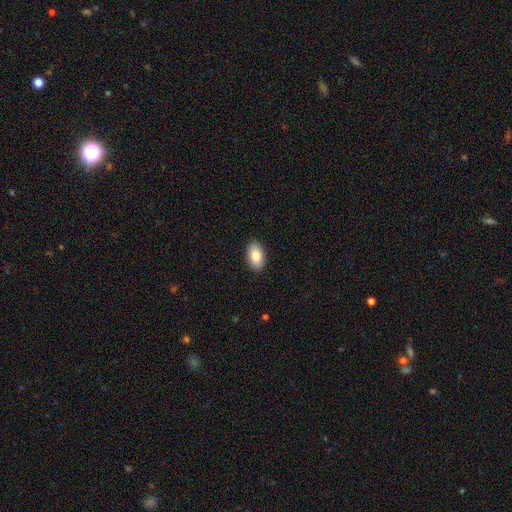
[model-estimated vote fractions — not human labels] A smooth galaxy with no disk features (84%) that is in between round and cigar-shaped (93%).

Vote fractions:
- Smooth or featured? smooth: 84% / featured or disk: 9% / star or artifact: 7%
- How rounded? in between: 93% / round: 5% / cigar-shaped: 1%
- Merging? none: 90% / minor disturbance: 7% / major disturbance: 2% / merger: 1%